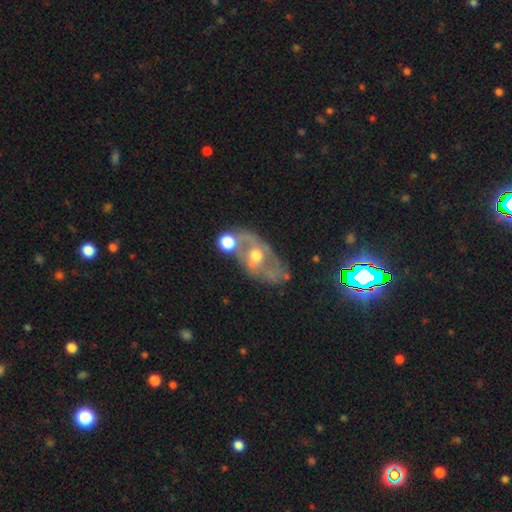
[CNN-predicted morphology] A featured or disk galaxy (68%) with no bar (67%), no spiral arms (51%) and a moderate central bulge (70%).

Vote fractions:
- Smooth or featured? featured or disk: 68% / smooth: 23% / star or artifact: 9%
- Edge-on disk? no: 92% / yes: 8%
- Bar? no: 67% / weak: 24% / strong: 9%
- Spiral arms? no: 51% / yes: 49%
- Bulge size? moderate: 70% / small: 16% / large: 10% / none: 2% / dominant: 2%
- Merging? none: 45% / merger: 22% / minor disturbance: 20% / major disturbance: 14%